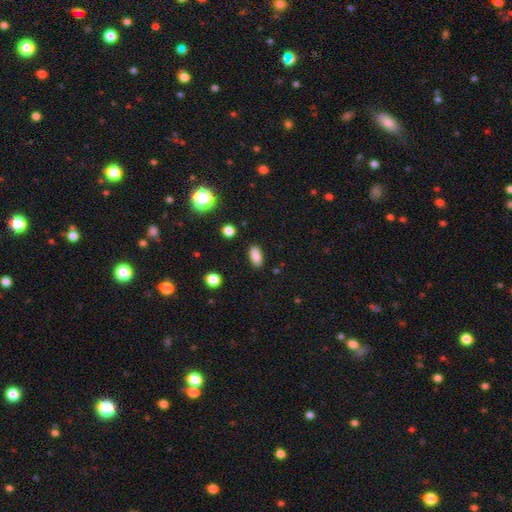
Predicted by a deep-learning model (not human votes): smooth-or-featured: smooth: 86% | star or artifact: 9% | featured or disk: 4%
  how-rounded: in between: 81% | cigar-shaped: 15% | round: 4%
  merging: none: 87% | minor disturbance: 9% | major disturbance: 2% | merger: 2%